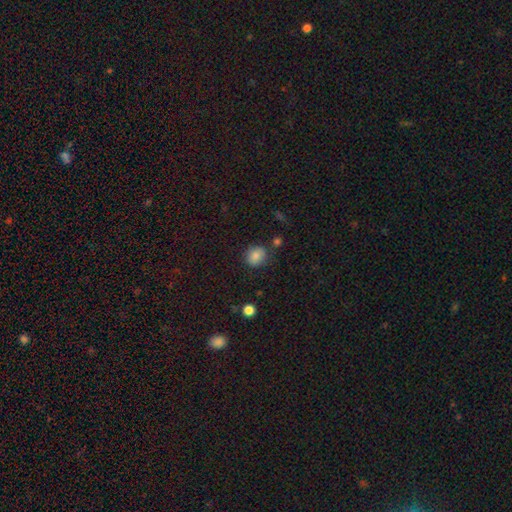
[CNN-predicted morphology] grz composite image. It shows a smooth galaxy with no disk features (84%) that is round (71%). Merging: none (77%).